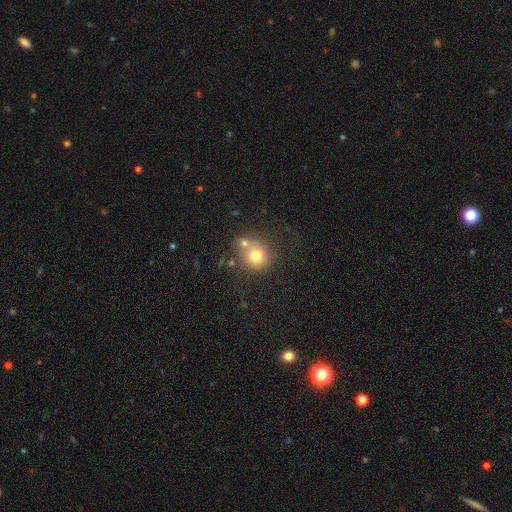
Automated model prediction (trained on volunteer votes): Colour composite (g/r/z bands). It shows a smooth galaxy with no disk features (74%) that is round (88%). Merging: none (54%).